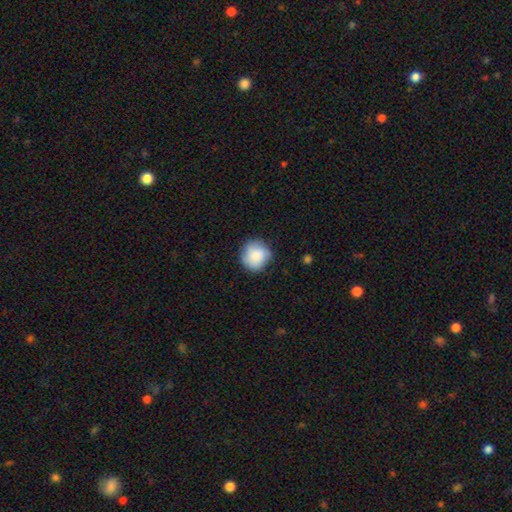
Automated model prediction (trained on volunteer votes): Smooth or featured? Predicted: smooth (p=0.83). How rounded? Predicted: round (p=0.89). Merging? Predicted: none (p=0.79).